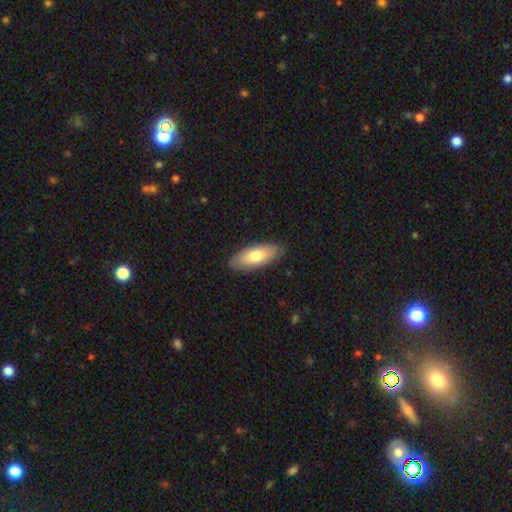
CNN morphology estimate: smooth-or-featured: smooth: 74% | featured or disk: 21% | star or artifact: 5%
  how-rounded: in between: 79% | cigar-shaped: 19% | round: 2%
  merging: none: 87% | minor disturbance: 10% | major disturbance: 2% | merger: 1%